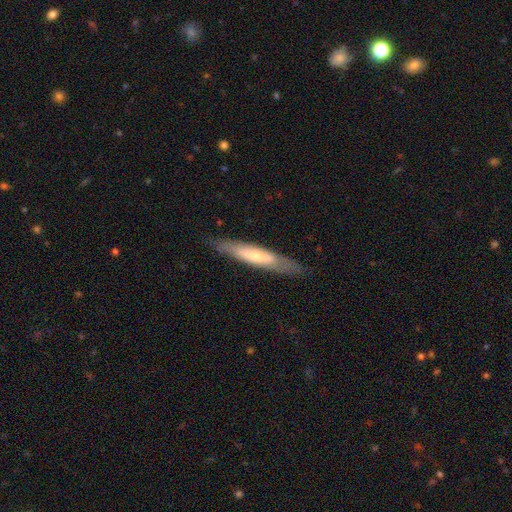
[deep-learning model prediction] smooth_or_featured: smooth (p=0.54) [alt: featured or disk p=0.41]
how_rounded: cigar-shaped (p=0.85) [alt: in between p=0.14]
merging: none (p=0.81) [alt: minor disturbance p=0.14]